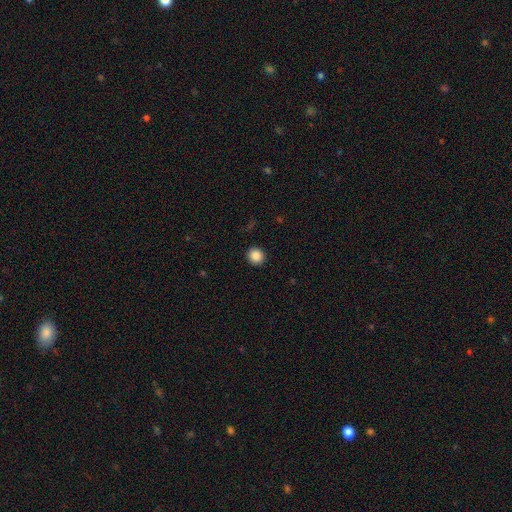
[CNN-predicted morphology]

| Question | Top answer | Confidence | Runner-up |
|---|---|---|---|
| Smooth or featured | smooth | 87% | star or artifact (10%) |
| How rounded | round | 89% | in between (10%) |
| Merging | none | 92% | minor disturbance (5%) |